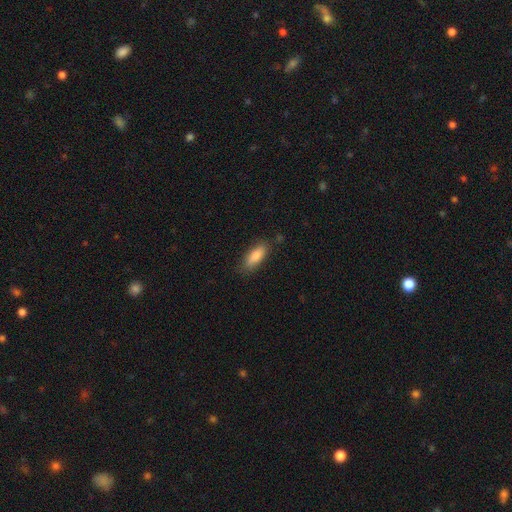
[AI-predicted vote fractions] smooth 84%, featured or disk 9%, star or artifact 7%. Down the decision tree: how rounded — in between (68%); merging — none (81%).